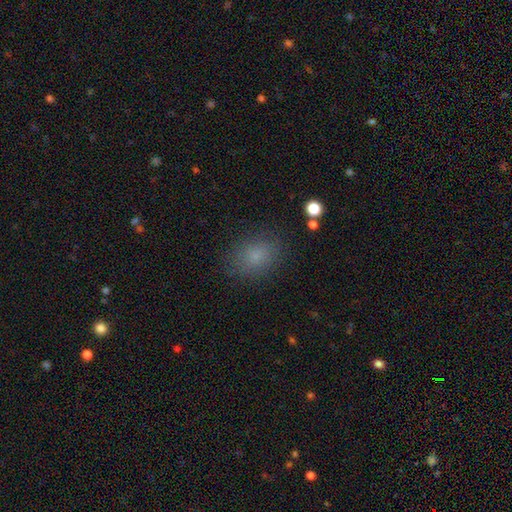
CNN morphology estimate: type=smooth (79%); roundness=in between (64%); merging=none (83%).